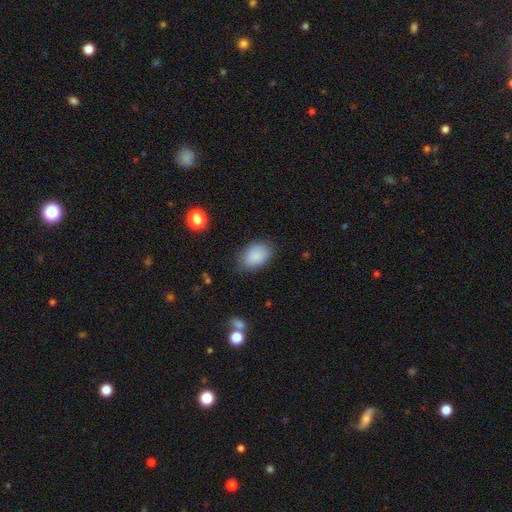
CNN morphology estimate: Overall: smooth (87%). How rounded: in between (82%). Merging: none (75%).